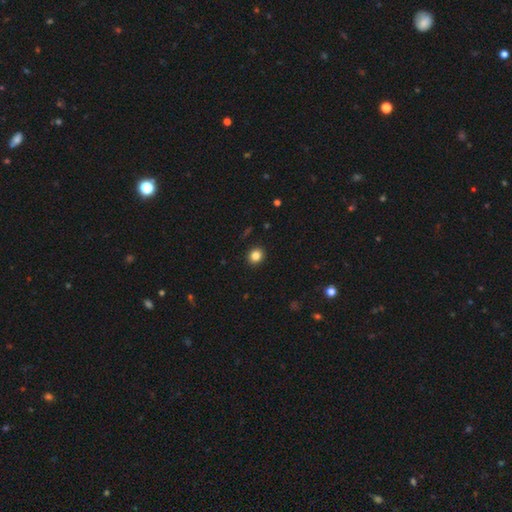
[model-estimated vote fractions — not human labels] Smooth or featured? Predicted: smooth (p=0.84). How rounded? Predicted: round (p=0.80). Merging? Predicted: none (p=0.92).